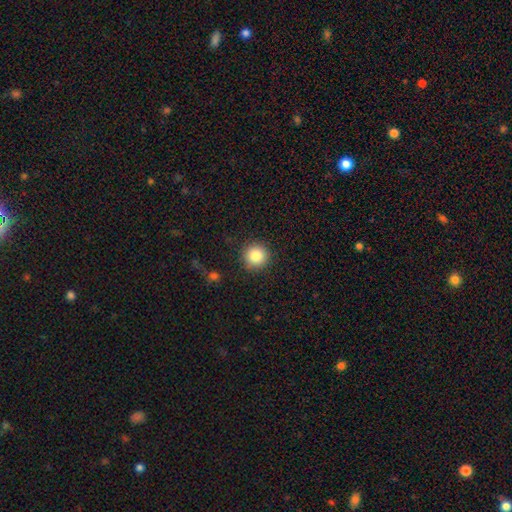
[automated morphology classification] This appears to be a smooth galaxy with no disk features (85%) that is round (95%). Merging: none (90%).